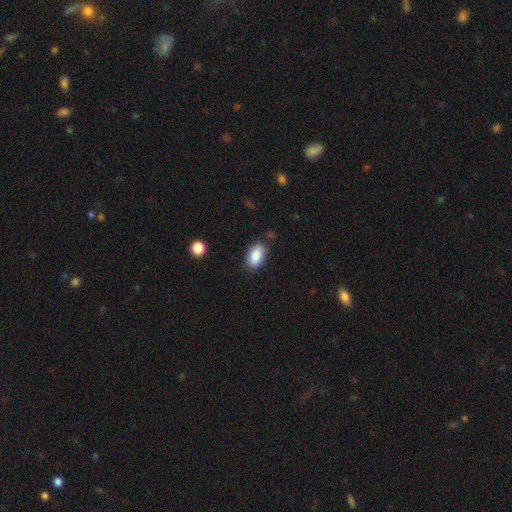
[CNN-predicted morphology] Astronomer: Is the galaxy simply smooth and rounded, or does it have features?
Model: smooth — 88%.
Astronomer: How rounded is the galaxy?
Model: in between — 93%.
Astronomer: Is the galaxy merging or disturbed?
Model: none — 81%.